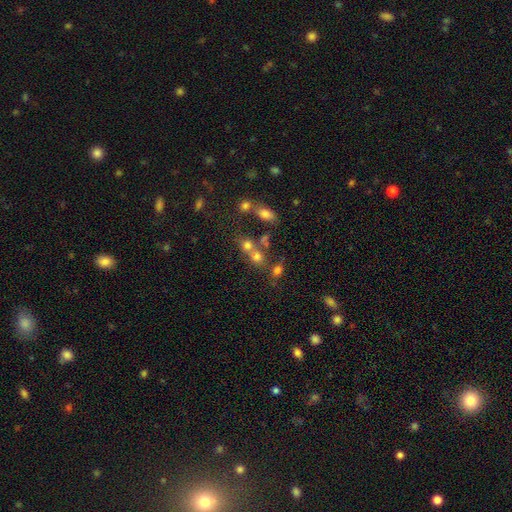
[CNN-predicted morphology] Smooth or featured: smooth — 66% (star or artifact — 19%)
How rounded: round — 65% (in between — 33%)
Merging: merger — 44% (none — 40%)